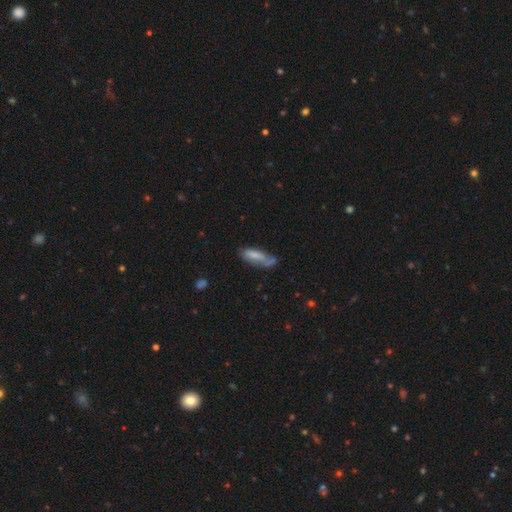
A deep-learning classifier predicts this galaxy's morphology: Overall: smooth (66%). How rounded: in between (52%; cigar-shaped 46%). Merging: none (43%; minor disturbance 31%).